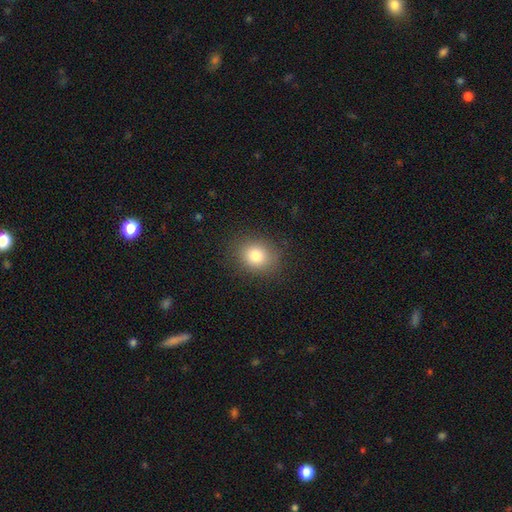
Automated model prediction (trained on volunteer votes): Smooth or featured? smooth (82%)
How rounded? round (67%)
Merging? none (86%)